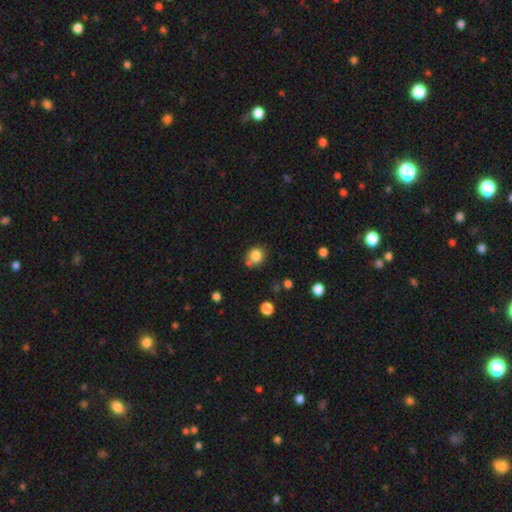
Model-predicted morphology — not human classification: Smooth or featured? smooth (83%)
How rounded? round (77%)
Merging? none (67%)